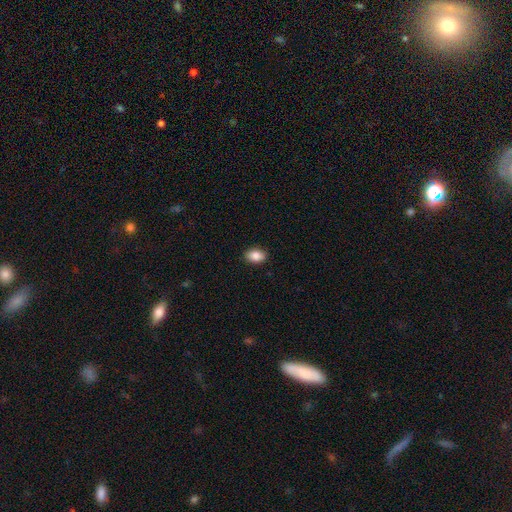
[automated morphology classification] Smooth or featured? smooth (87%)
How rounded? in between (85%)
Merging? none (90%)